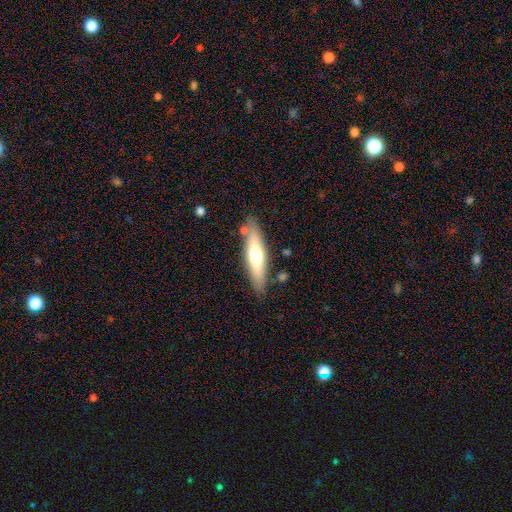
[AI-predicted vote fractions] smooth-or-featured: smooth: 56% | featured or disk: 38% | star or artifact: 5%
  how-rounded: cigar-shaped: 71% | in between: 27% | round: 2%
  merging: none: 81% | minor disturbance: 12% | merger: 4% | major disturbance: 3%